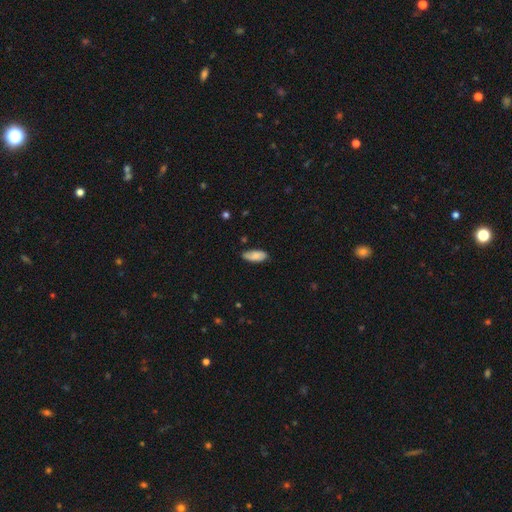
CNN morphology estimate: This is clearly a smooth galaxy (80%). How rounded: clearly in between (83%). Merging: likely none (76%).